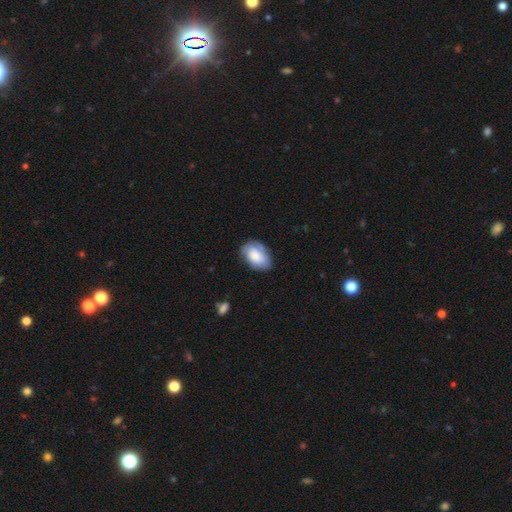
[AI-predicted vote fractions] This appears to be a smooth galaxy with no disk features (67%) that is in between round and cigar-shaped (90%). Merging: none (68%).